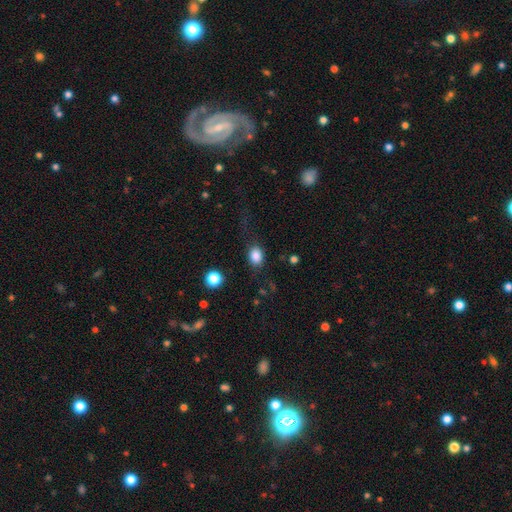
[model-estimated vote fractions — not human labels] smooth_or_featured: smooth (p=0.84) [alt: star or artifact p=0.10]
how_rounded: in between (p=0.62) [alt: round p=0.36]
merging: none (p=0.68) [alt: minor disturbance p=0.17]